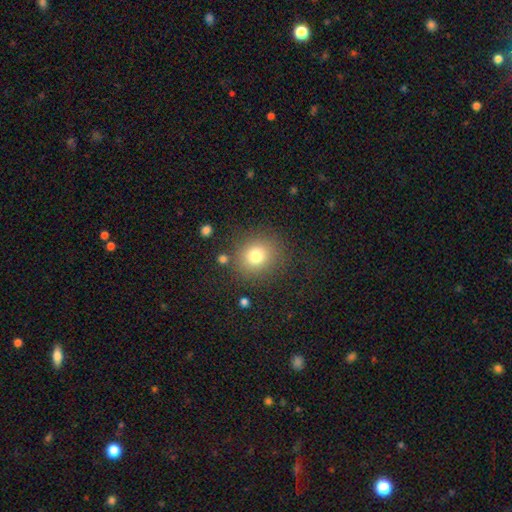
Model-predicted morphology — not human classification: A smooth galaxy with no disk features (78%) that is round (84%).

Vote fractions:
- Smooth or featured? smooth: 78% / star or artifact: 14% / featured or disk: 9%
- How rounded? round: 84% / in between: 15% / cigar-shaped: 1%
- Merging? none: 83% / minor disturbance: 10% / major disturbance: 5% / merger: 3%